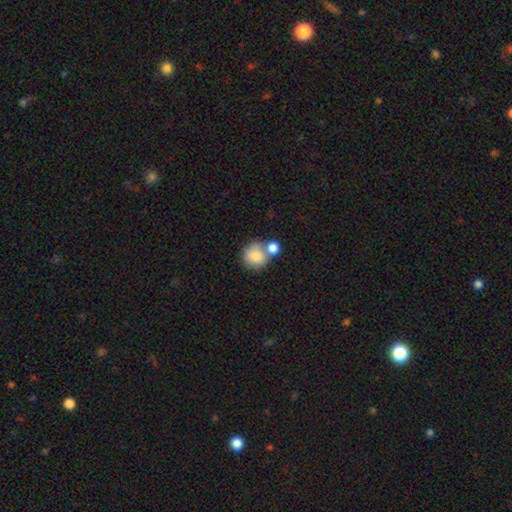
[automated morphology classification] Smooth or featured: smooth — 81% (featured or disk — 11%)
How rounded: round — 87% (in between — 12%)
Merging: none — 46% (merger — 40%)